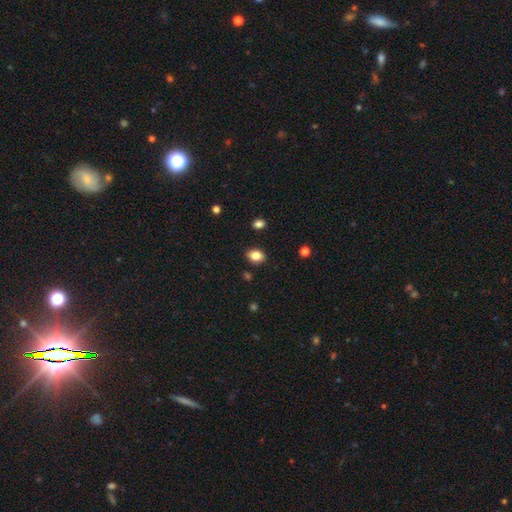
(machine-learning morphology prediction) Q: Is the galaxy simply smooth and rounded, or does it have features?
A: smooth — 84%.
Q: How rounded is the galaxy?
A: in between — 75%.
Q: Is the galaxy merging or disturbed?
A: none — 87%.